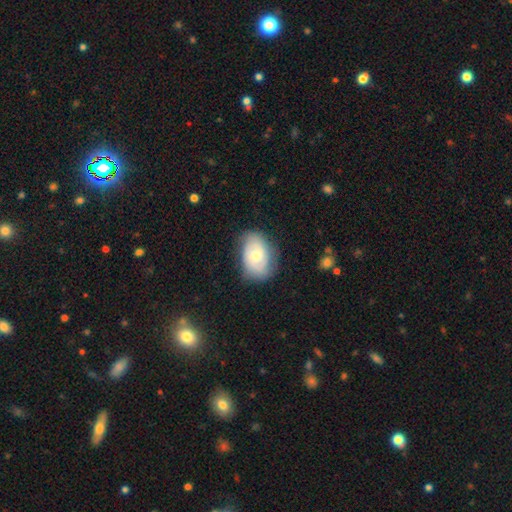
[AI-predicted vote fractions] smooth-or-featured: featured or disk: 48% | smooth: 45% | star or artifact: 6%
  merging: none: 73% | minor disturbance: 20% | major disturbance: 5% | merger: 1%